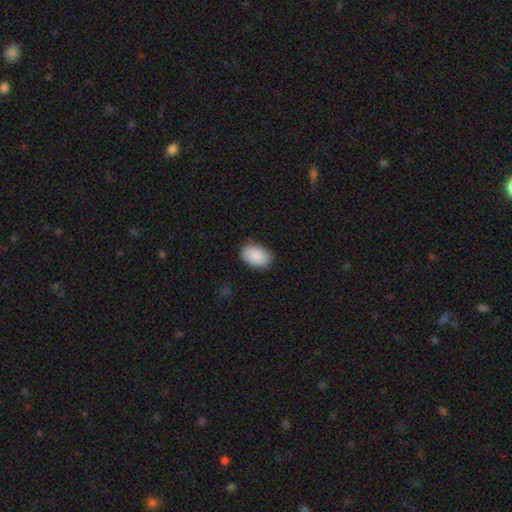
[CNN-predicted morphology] This appears to be a smooth galaxy with no disk features (91%) that is in between round and cigar-shaped (89%). Merging: none (86%).